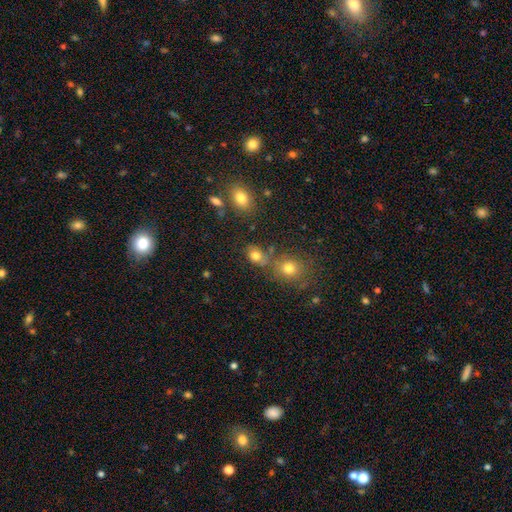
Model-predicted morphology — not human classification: type=smooth (78%); roundness=in between (66%); merging=none (62%).